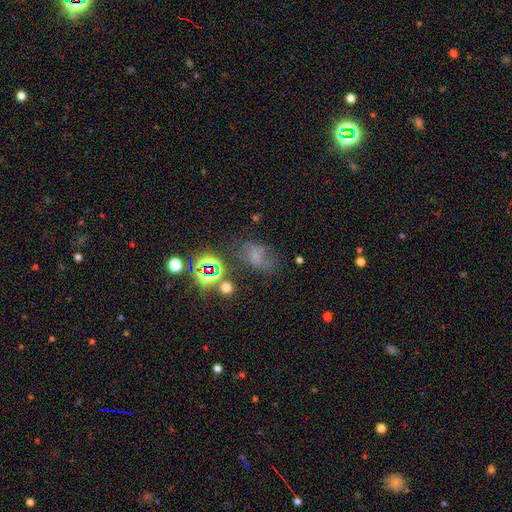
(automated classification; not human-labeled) A smooth galaxy with no disk features (49%).

Vote fractions:
- Smooth or featured? smooth: 49% / star or artifact: 29% / featured or disk: 22%
- Merging? none: 46% / minor disturbance: 25% / major disturbance: 20% / merger: 9%